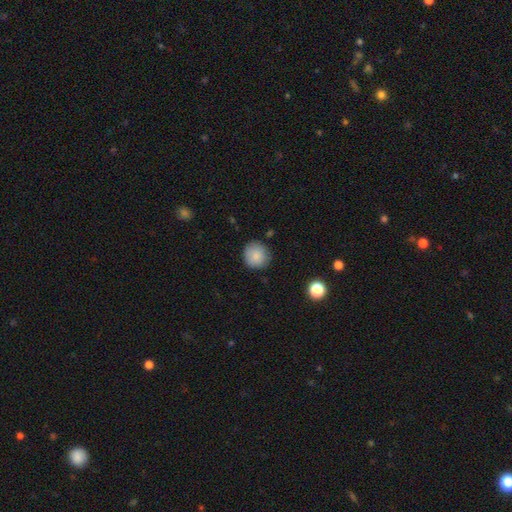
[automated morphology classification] type=smooth (86%); roundness=round (92%); merging=none (85%).